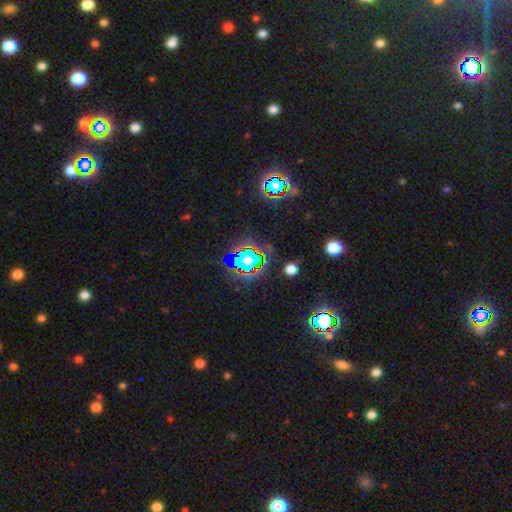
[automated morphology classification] star or artifact 69%, smooth 18%, featured or disk 13%.